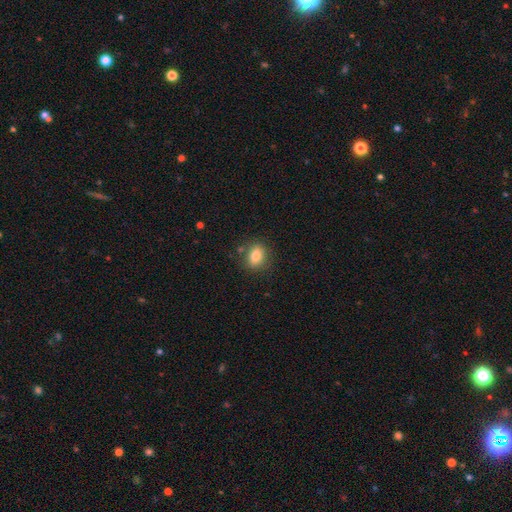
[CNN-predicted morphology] A smooth galaxy with no disk features (81%) that is in between round and cigar-shaped (65%). Merging: none (82%).